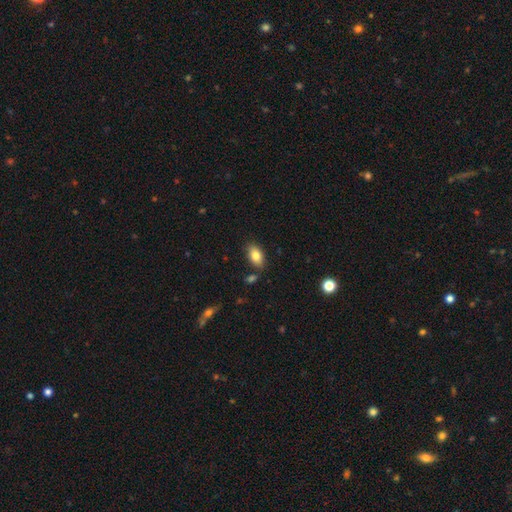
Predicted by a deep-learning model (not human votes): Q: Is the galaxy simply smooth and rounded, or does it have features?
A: smooth — 82%.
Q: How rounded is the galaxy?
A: in between — 91%.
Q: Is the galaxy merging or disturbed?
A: none — 79%.